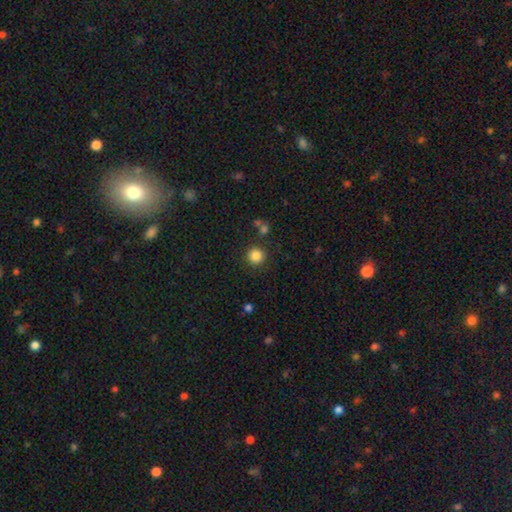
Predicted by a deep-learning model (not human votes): This is clearly a smooth galaxy (85%). How rounded: clearly round (94%). Merging: clearly none (86%).